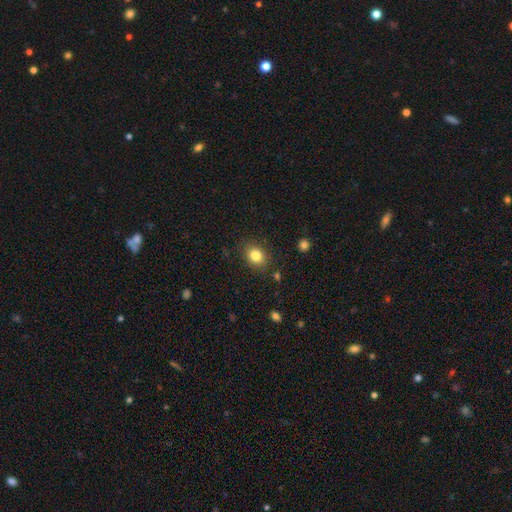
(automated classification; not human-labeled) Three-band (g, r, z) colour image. It shows a smooth galaxy with no disk features (83%) that is round (53%). Merging: none (84%).